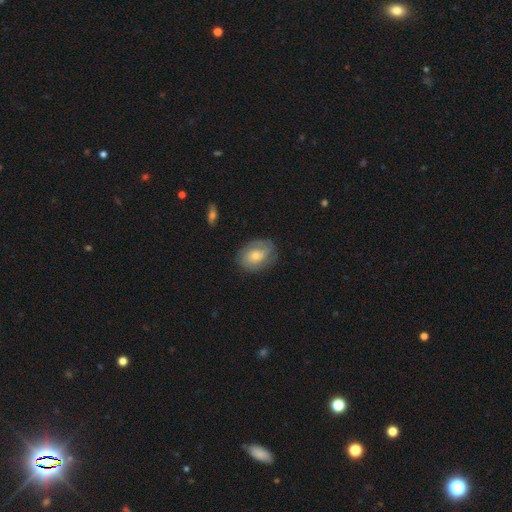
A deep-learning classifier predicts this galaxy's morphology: A featured or disk galaxy (50%).

Vote fractions:
- Smooth or featured? featured or disk: 50% / smooth: 43% / star or artifact: 7%
- Edge-on disk? no: 96% / yes: 4%
- Merging? none: 74% / minor disturbance: 19% / major disturbance: 7% / merger: 1%